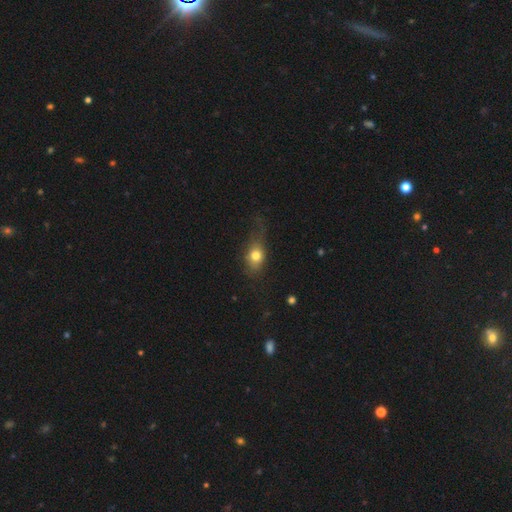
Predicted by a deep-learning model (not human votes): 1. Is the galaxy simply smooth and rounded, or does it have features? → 74% smooth, 17% featured or disk, 10% star or artifact.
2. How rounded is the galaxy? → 68% in between, 27% round, 5% cigar-shaped.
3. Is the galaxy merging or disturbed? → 46% none, 29% minor disturbance, 22% major disturbance, 2% merger.